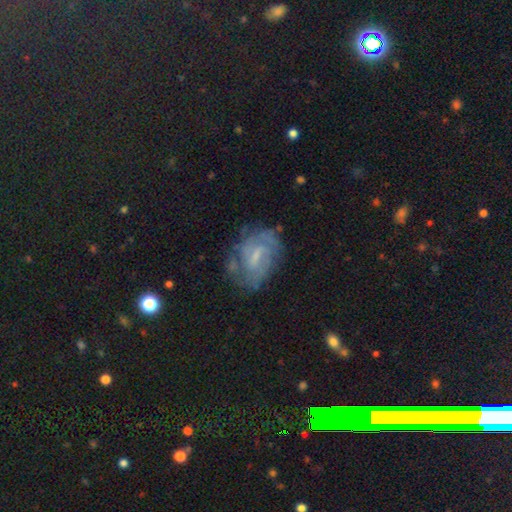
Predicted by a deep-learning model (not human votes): The model was most divided on "bulge size": small: 48%, moderate: 28%, none: 20%, large: 2%, dominant: 1%. More confident: edge-on disk — no (96%); spiral arms — yes (76%); merging — none (64%); smooth or featured — featured or disk (63%); bar — weak (54%).